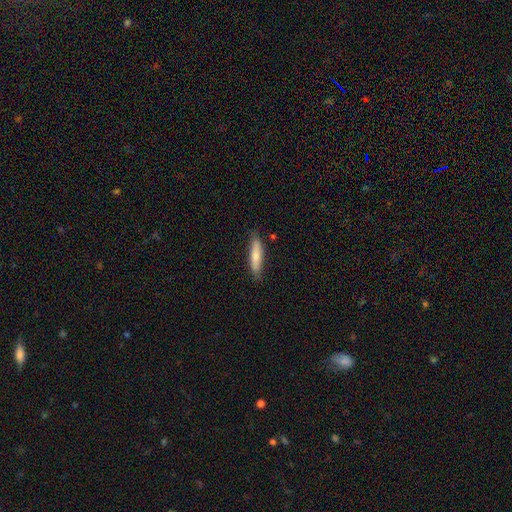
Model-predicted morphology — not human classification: This is likely a smooth galaxy (76%). How rounded: clearly cigar-shaped (82%). Merging: clearly none (83%).